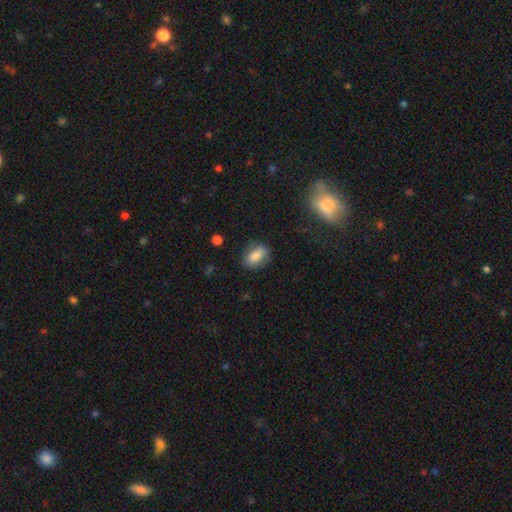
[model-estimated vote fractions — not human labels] Smooth or featured?
  - smooth: 81% *
  - featured or disk: 10%
  - star or artifact: 9%
How rounded?
  - in between: 82% *
  - cigar-shaped: 9%
  - round: 9%
Merging?
  - none: 80% *
  - minor disturbance: 14%
  - major disturbance: 4%
  - merger: 2%